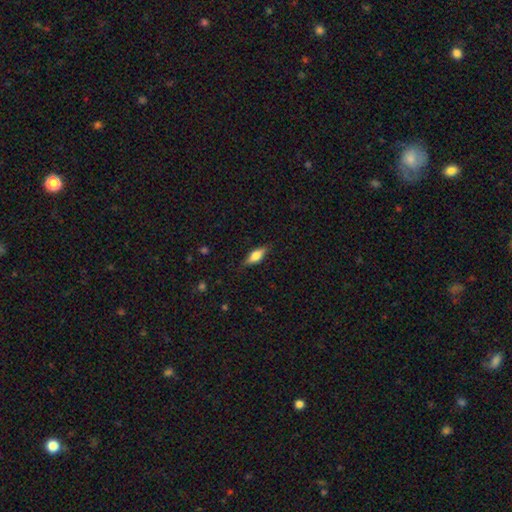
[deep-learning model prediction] Smooth or featured: smooth — 62% (featured or disk — 31%)
How rounded: in between — 66% (cigar-shaped — 30%)
Merging: none — 83% (minor disturbance — 13%)